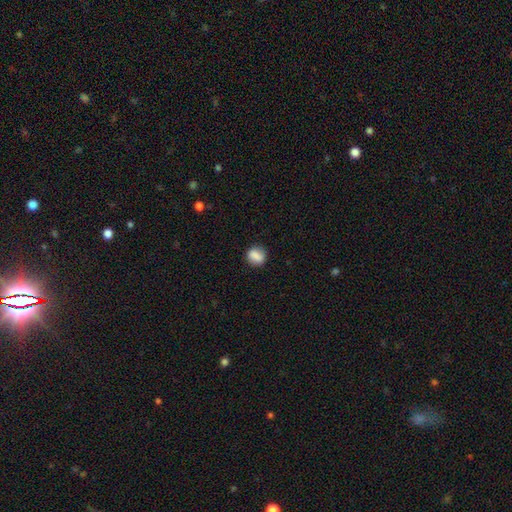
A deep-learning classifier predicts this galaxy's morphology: smooth_or_featured: smooth (p=0.84) [alt: star or artifact p=0.08]
how_rounded: round (p=0.62) [alt: in between p=0.35]
merging: none (p=0.84) [alt: minor disturbance p=0.11]